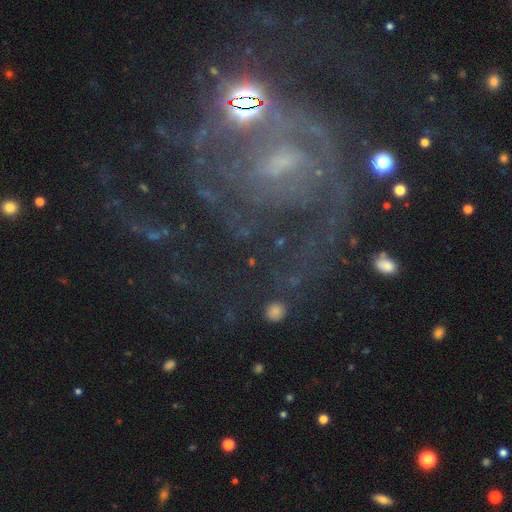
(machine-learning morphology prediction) type=featured or disk (81%); edge-on=no (98%); bar=weak (45%); spiral arms=yes (89%); winding=tight (42%); arm count=2 (37%); bulge=small (57%); merging=none (50%).